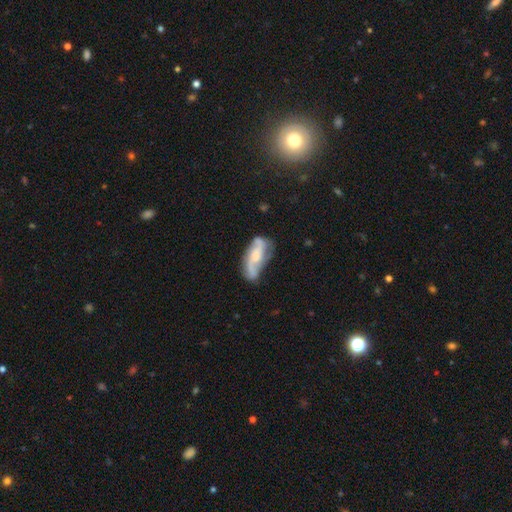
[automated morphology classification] Smooth or featured?
  - featured or disk: 63% *
  - smooth: 29%
  - star or artifact: 7%
Edge-on disk?
  - no: 91% *
  - yes: 9%
Bar?
  - no: 57% *
  - weak: 31%
  - strong: 12%
Spiral arms?
  - yes: 83% *
  - no: 17%
Bulge size?
  - moderate: 33% *
  - small: 27%
  - none: 25%
  - large: 13%
  - dominant: 2%
Merging?
  - none: 47% *
  - minor disturbance: 28%
  - major disturbance: 19%
  - merger: 6%